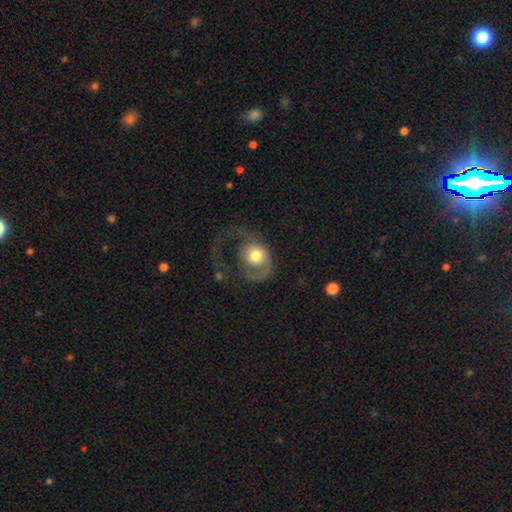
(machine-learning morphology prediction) A smooth galaxy with no disk features (51%) that is round (60%). Merging: major disturbance (57%).